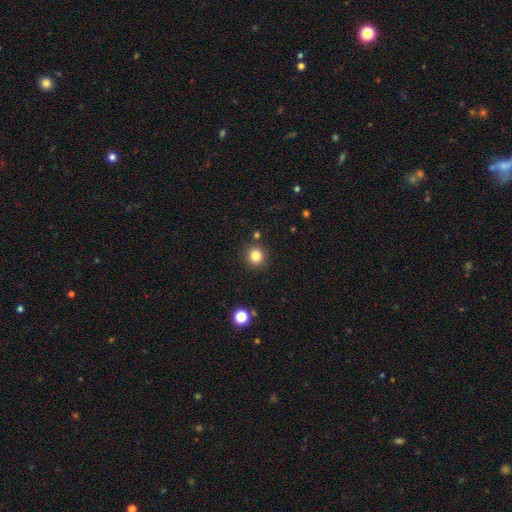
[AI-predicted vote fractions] This appears to be a smooth galaxy with no disk features (83%) that is round (92%). Merging: none (87%).